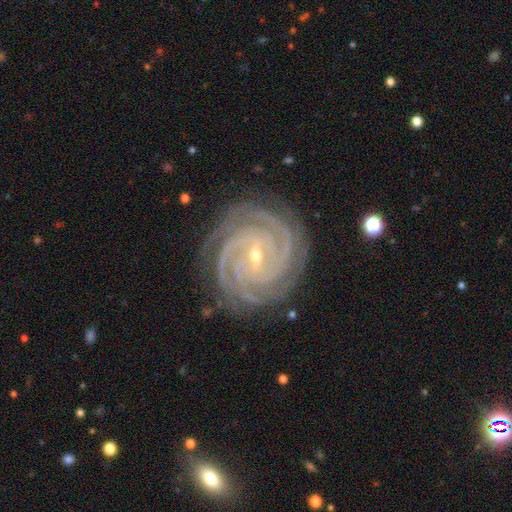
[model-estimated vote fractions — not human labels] smooth-or-featured: featured or disk: 93% | star or artifact: 4% | smooth: 3%
  disk-edge-on: no: 98% | yes: 2%
    bar: weak: 45% | strong: 35% | no: 20%
    has-spiral-arms: yes: 99% | no: 1%
      spiral-winding: tight: 86% | medium: 12% | loose: 1%
      spiral-arm-count: 4: 40% | 3: 22% | more than 4: 13% | can't tell: 10% | 2: 9% | 1: 7%
    bulge-size: small: 73% | moderate: 24% | none: 1% | large: 1% | dominant: 1%
  merging: none: 86% | minor disturbance: 11% | major disturbance: 2% | merger: 1%